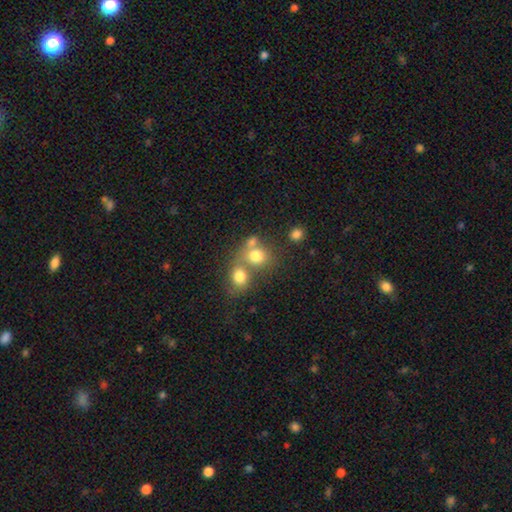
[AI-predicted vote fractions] Smooth or featured? smooth (74%)
How rounded? round (73%)
Merging? merger (51%)